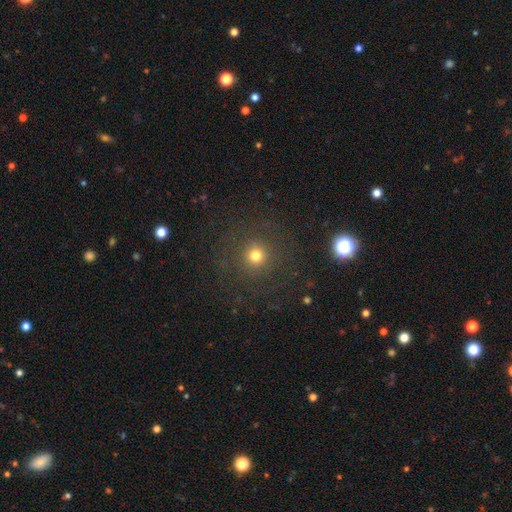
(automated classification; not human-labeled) Overall: smooth (67%). How rounded: round (94%). Merging: none (85%).